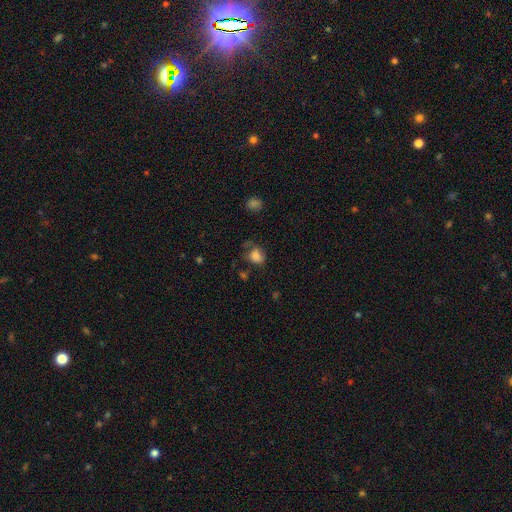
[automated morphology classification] smooth-or-featured: smooth: 79% | star or artifact: 11% | featured or disk: 10%
  how-rounded: in between: 52% | round: 47% | cigar-shaped: 1%
  merging: none: 42% | minor disturbance: 30% | major disturbance: 25% | merger: 4%